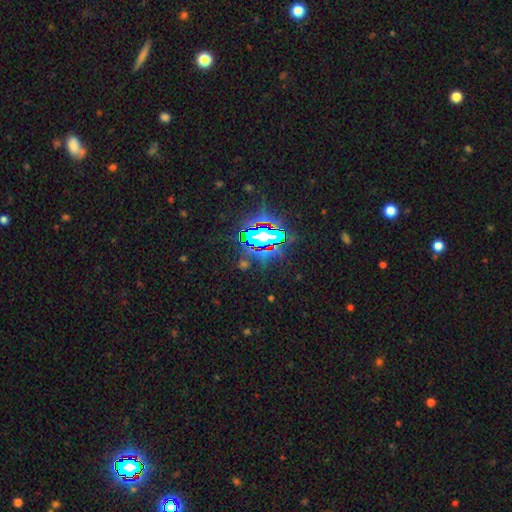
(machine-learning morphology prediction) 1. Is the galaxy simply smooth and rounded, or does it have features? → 83% star or artifact, 10% smooth, 7% featured or disk.